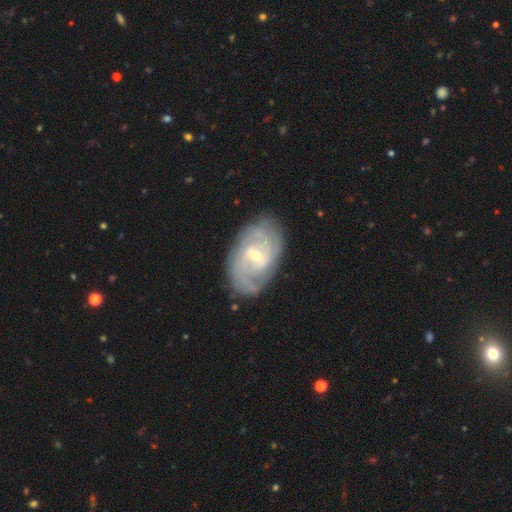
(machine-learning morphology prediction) Smooth or featured? Predicted: featured or disk (p=0.84). Edge-on disk? Predicted: no (p=0.96). Bar? Predicted: weak (p=0.56). Spiral arms? Predicted: yes (p=0.95). Spiral winding? Predicted: tight (p=0.59). Spiral arm count? Predicted: 2 (p=0.34). Bulge size? Predicted: small (p=0.62). Merging? Predicted: none (p=0.79).